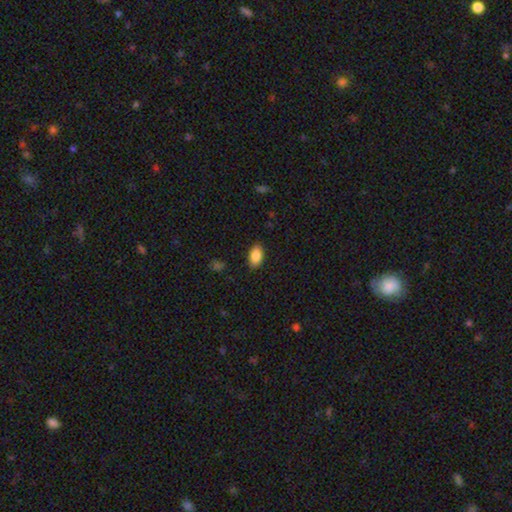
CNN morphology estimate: This appears to be a smooth galaxy with no disk features (87%) that is in between round and cigar-shaped (91%). Merging: none (86%).